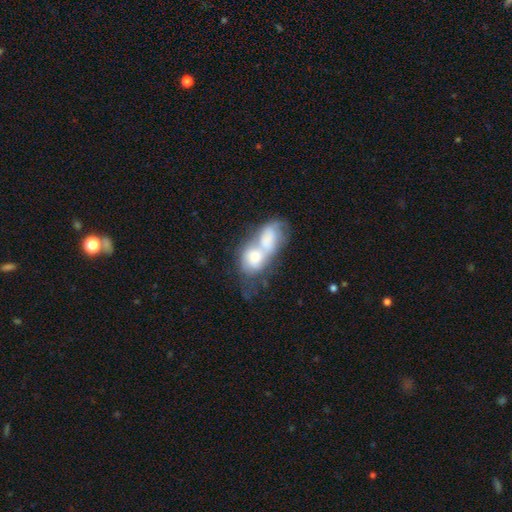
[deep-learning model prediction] smooth_or_featured: smooth (p=0.59) [alt: featured or disk p=0.33]
how_rounded: in between (p=0.70) [alt: round p=0.25]
merging: merger (p=0.80) [alt: none p=0.08]